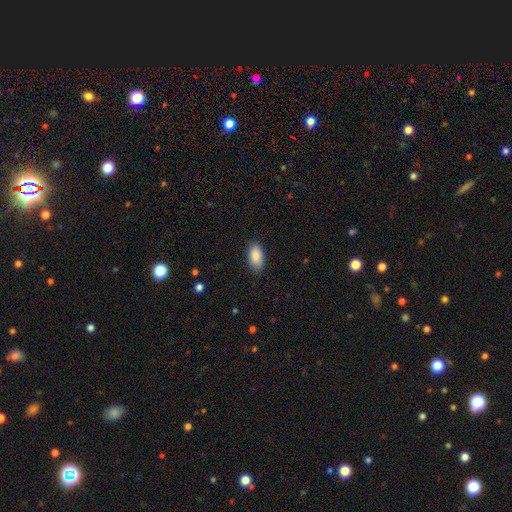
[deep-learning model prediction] Q: Smooth or featured?
A: smooth (88%); runner-up: star or artifact (7%)
Q: How rounded?
A: in between (93%); runner-up: cigar-shaped (4%)
Q: Merging?
A: none (84%); runner-up: minor disturbance (12%)